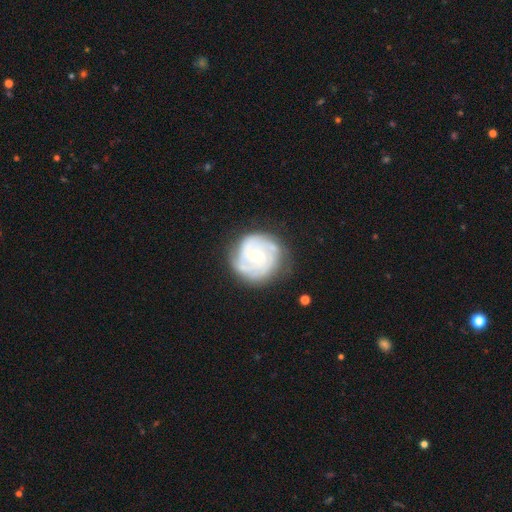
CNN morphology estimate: The model was most divided on "bulge size": moderate: 49%, small: 47%, large: 2%, none: 1%, dominant: 1%. Remaining: edge-on disk — no (98%); spiral arms — yes (89%); smooth or featured — featured or disk (79%); bar — no (75%); merging — none (71%); spiral winding — tight (69%); spiral arm count — 2 (34%).